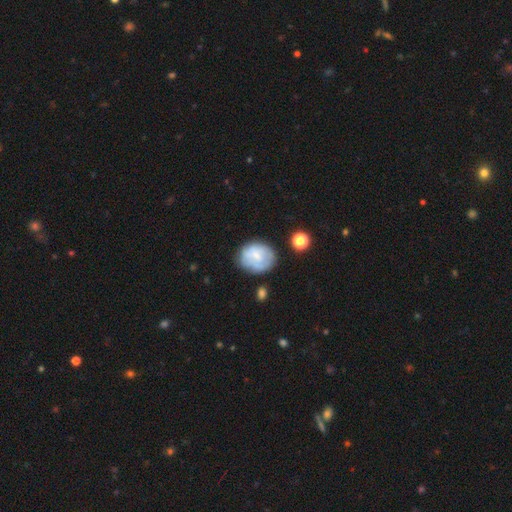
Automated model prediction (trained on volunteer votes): Overall: smooth (57%; featured or disk 34%). How rounded: round (61%; in between 38%). Merging: none (63%; minor disturbance 24%).